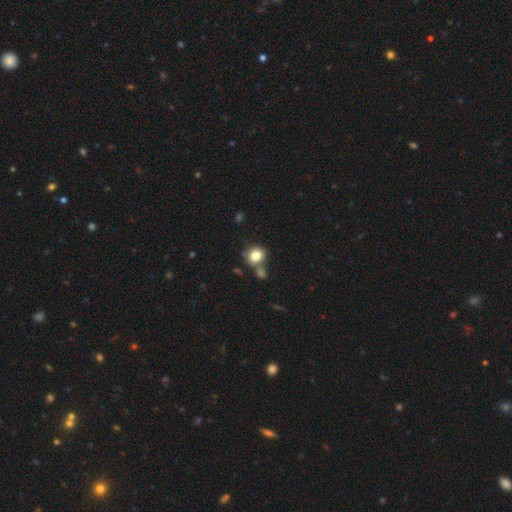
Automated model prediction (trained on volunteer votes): Smooth or featured? Predicted: smooth (p=0.81). How rounded? Predicted: round (p=0.76). Merging? Predicted: none (p=0.63).